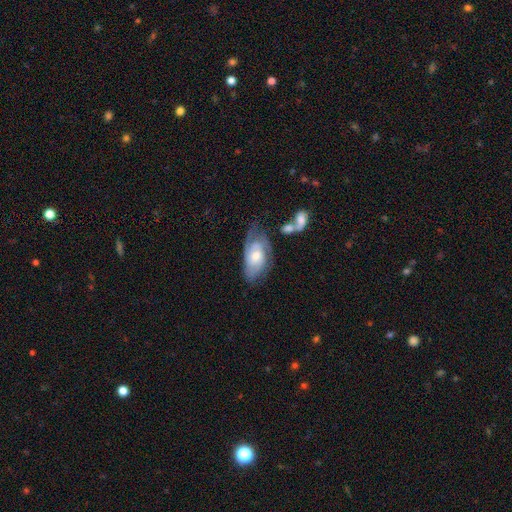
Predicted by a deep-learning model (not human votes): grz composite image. It shows a featured or disk galaxy (69%) with no bar (68%), tight (54%) spiral arms (87%) and a moderate central bulge (56%). Merging: none (52%).